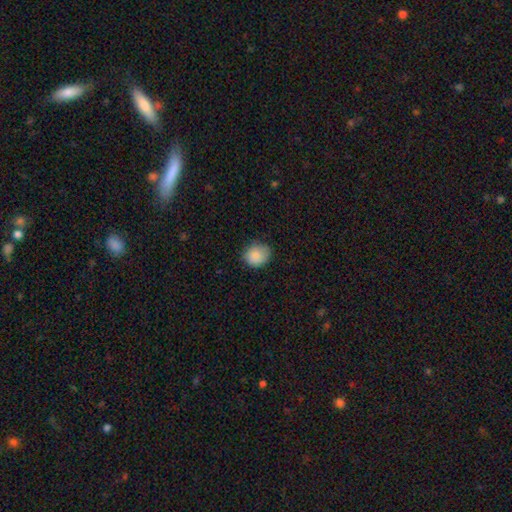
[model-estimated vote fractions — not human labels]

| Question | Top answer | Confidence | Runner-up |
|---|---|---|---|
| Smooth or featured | smooth | 85% | star or artifact (8%) |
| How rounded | round | 71% | in between (28%) |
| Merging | none | 75% | minor disturbance (21%) |